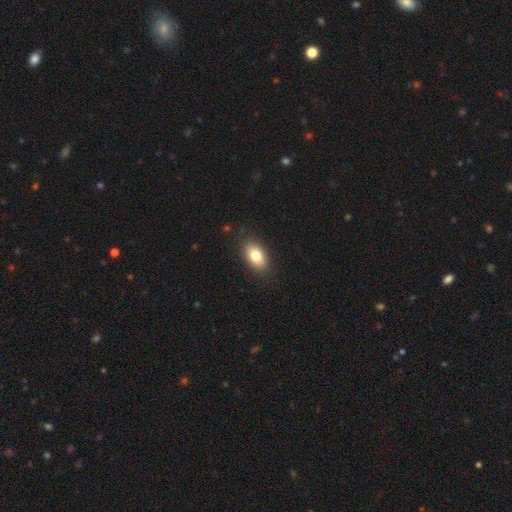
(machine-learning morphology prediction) type=smooth (81%); roundness=in between (89%); merging=none (86%).